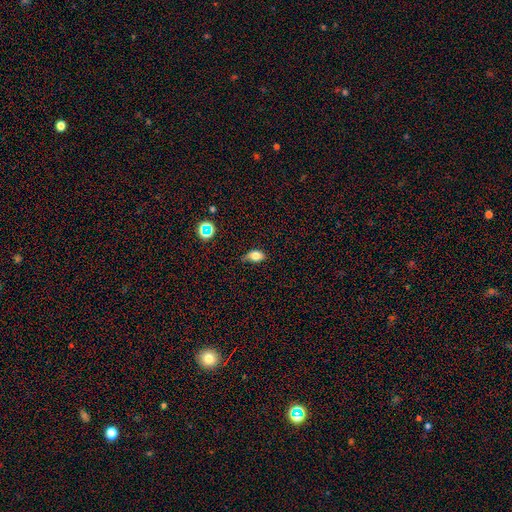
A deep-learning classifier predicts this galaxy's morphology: Smooth or featured?
  - smooth: 78% *
  - star or artifact: 11%
  - featured or disk: 11%
How rounded?
  - in between: 82% *
  - round: 15%
  - cigar-shaped: 3%
Merging?
  - none: 56% *
  - minor disturbance: 34%
  - major disturbance: 8%
  - merger: 2%